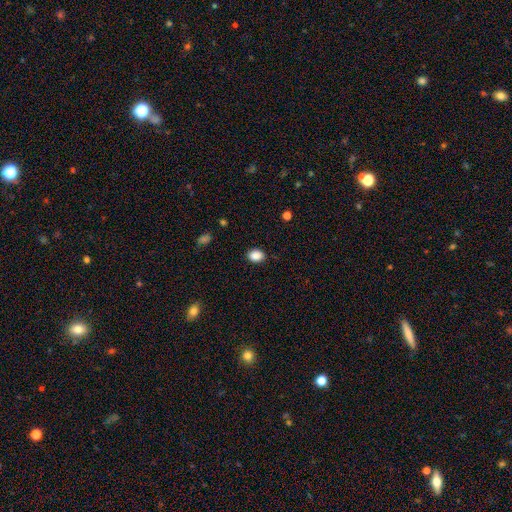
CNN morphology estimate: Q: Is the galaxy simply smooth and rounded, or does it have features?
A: smooth — 87%.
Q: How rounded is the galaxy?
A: in between — 62%.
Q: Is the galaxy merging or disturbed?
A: none — 88%.